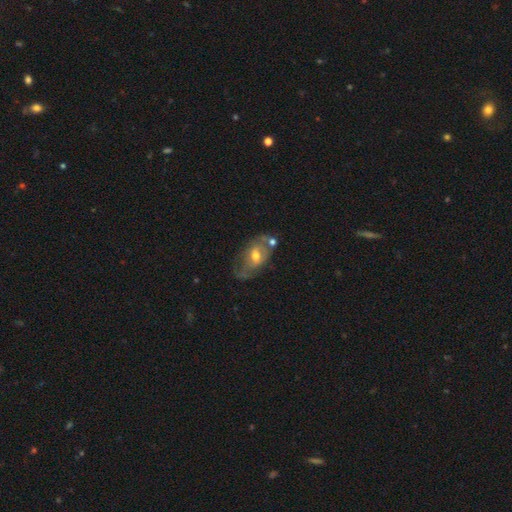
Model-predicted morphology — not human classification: smooth-or-featured: featured or disk: 64% | smooth: 28% | star or artifact: 8%
  disk-edge-on: no: 92% | yes: 8%
    bar: no: 54% | weak: 36% | strong: 10%
    has-spiral-arms: yes: 57% | no: 43%
    bulge-size: moderate: 70% | small: 21% | large: 7% | none: 1% | dominant: 1%
  merging: none: 49% | minor disturbance: 25% | major disturbance: 14% | merger: 11%